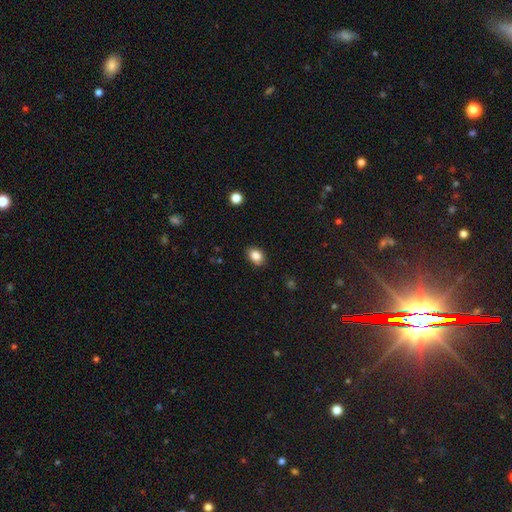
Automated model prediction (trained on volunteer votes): This is clearly a smooth galaxy (86%). How rounded: likely in between (70%). Merging: clearly none (88%).